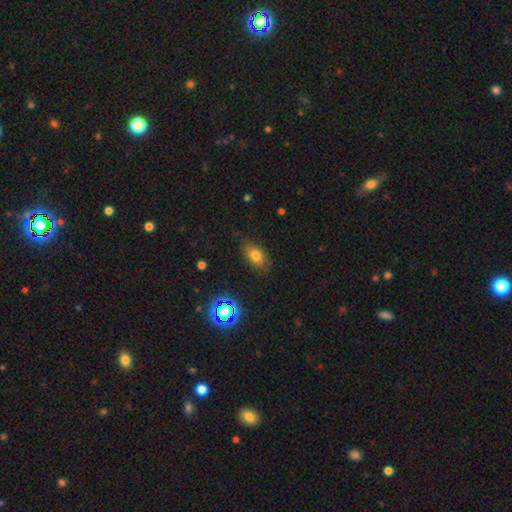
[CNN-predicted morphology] smooth 74%, star or artifact 13%, featured or disk 13%. Down the decision tree: how rounded — in between (83%); merging — none (82%).